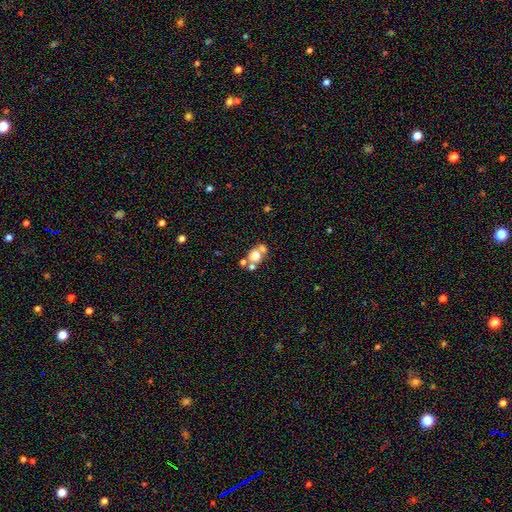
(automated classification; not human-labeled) Smooth or featured: smooth — 63% (featured or disk — 25%)
How rounded: round — 56% (in between — 42%)
Merging: none — 43% (merger — 41%)